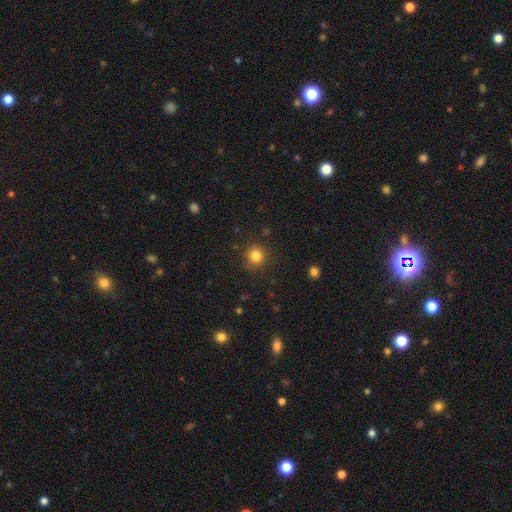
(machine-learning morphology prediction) Smooth or featured?
  - smooth: 83% *
  - star or artifact: 12%
  - featured or disk: 5%
How rounded?
  - round: 92% *
  - in between: 7%
  - cigar-shaped: 1%
Merging?
  - none: 87% *
  - minor disturbance: 9%
  - major disturbance: 3%
  - merger: 1%